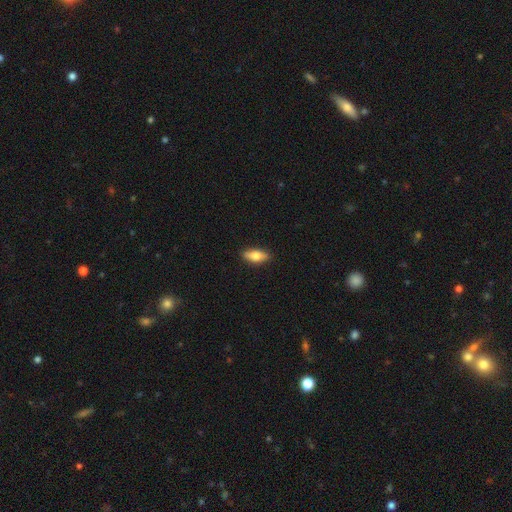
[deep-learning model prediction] Smooth or featured? smooth (73%)
How rounded? in between (78%)
Merging? none (88%)